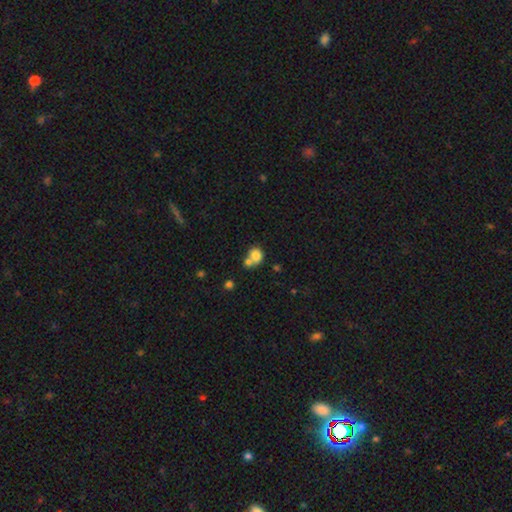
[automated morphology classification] Smooth or featured? Predicted: smooth (p=0.79). How rounded? Predicted: round (p=0.67). Merging? Predicted: merger (p=0.53).